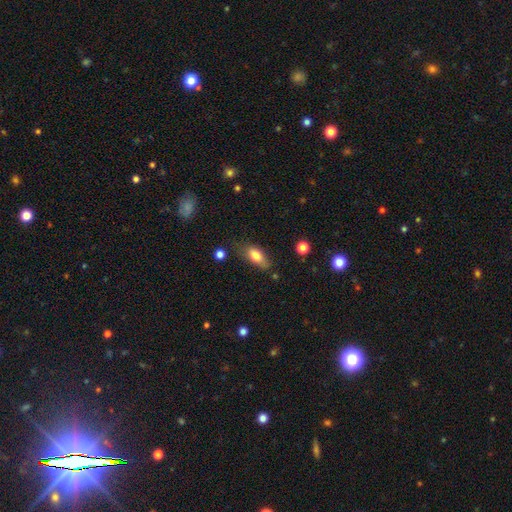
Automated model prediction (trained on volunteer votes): smooth 79%, featured or disk 13%, star or artifact 8%. Down the decision tree: how rounded — in between (84%); merging — none (64%).